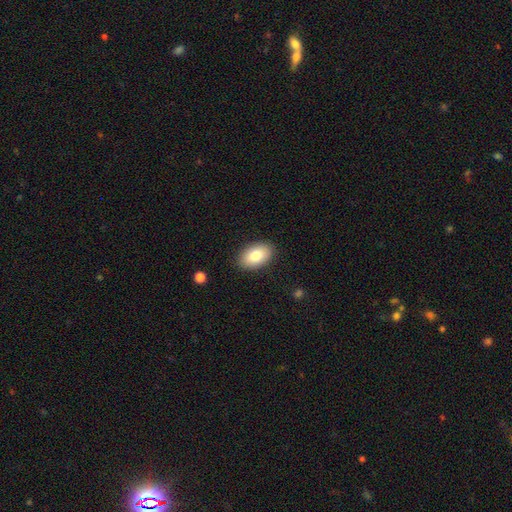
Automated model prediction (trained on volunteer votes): smooth 82%, featured or disk 11%, star or artifact 7%. Down the decision tree: how rounded — in between (93%); merging — none (88%).